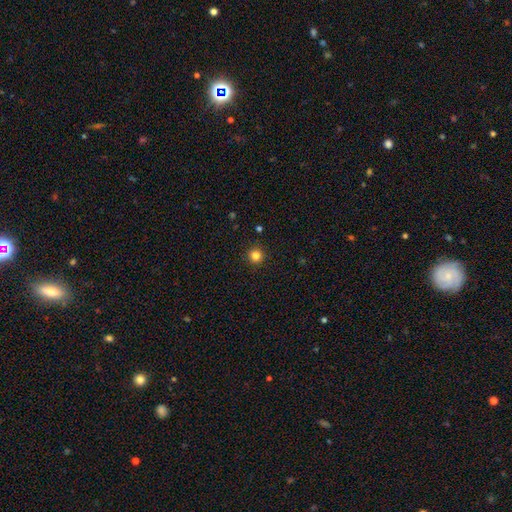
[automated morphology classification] A smooth galaxy with no disk features (83%) that is round (95%).

Vote fractions:
- Smooth or featured? smooth: 83% / star or artifact: 13% / featured or disk: 4%
- How rounded? round: 95% / in between: 4% / cigar-shaped: 1%
- Merging? none: 92% / minor disturbance: 5% / major disturbance: 2% / merger: 1%